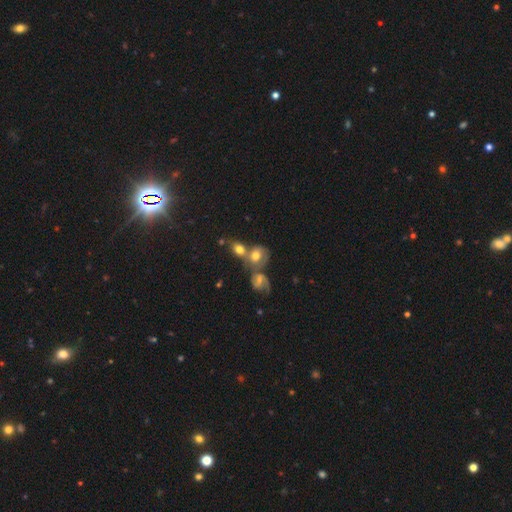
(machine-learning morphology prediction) smooth_or_featured: smooth (p=0.53) [alt: featured or disk p=0.36]
how_rounded: in between (p=0.54) [alt: round p=0.44]
merging: merger (p=0.54) [alt: none p=0.29]